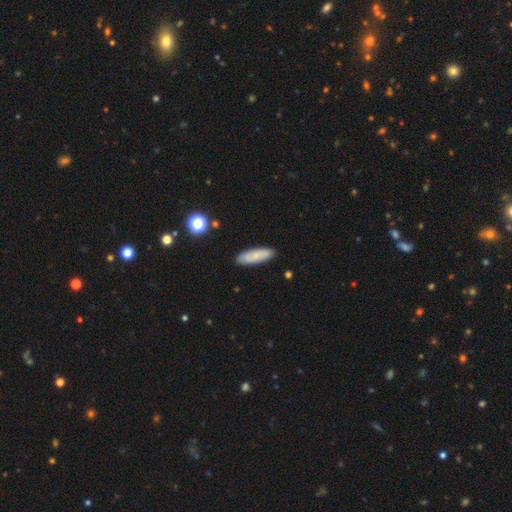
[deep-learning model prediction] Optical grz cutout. It shows a smooth galaxy with no disk features (75%) that is cigar-shaped (51%). Merging: none (87%).